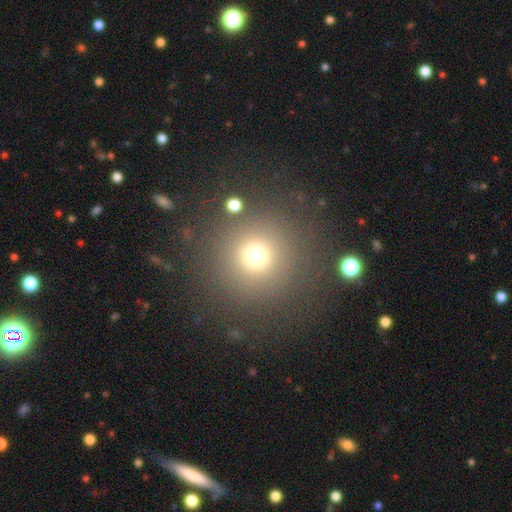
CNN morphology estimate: Q: Smooth or featured?
A: smooth (72%); runner-up: star or artifact (19%)
Q: How rounded?
A: round (94%); runner-up: in between (5%)
Q: Merging?
A: none (84%); runner-up: minor disturbance (7%)